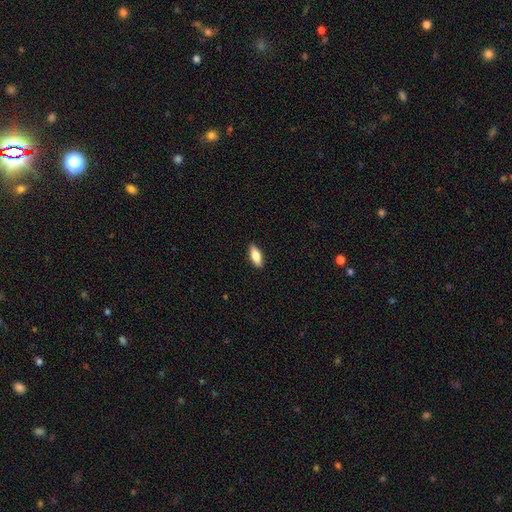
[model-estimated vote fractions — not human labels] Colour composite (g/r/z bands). It shows a smooth galaxy with no disk features (80%) that is in between round and cigar-shaped (81%). Merging: none (90%).